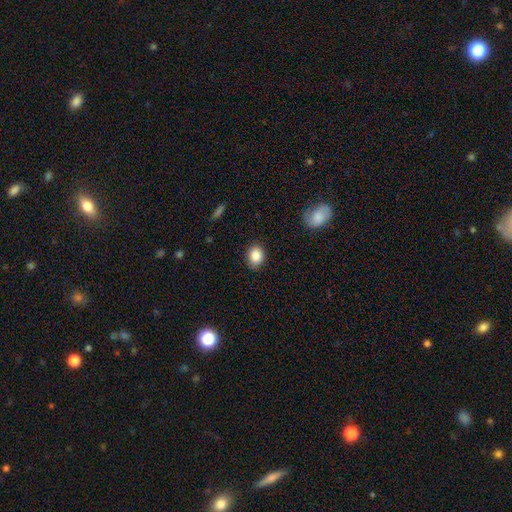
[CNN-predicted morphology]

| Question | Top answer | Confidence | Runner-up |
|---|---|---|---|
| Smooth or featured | smooth | 86% | star or artifact (9%) |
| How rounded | in between | 52% | round (47%) |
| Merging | none | 86% | minor disturbance (10%) |